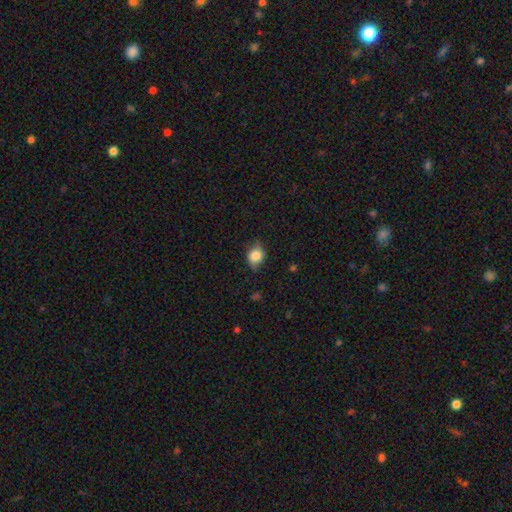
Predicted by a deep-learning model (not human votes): Smooth or featured? smooth (70%)
How rounded? in between (54%)
Merging? none (67%)